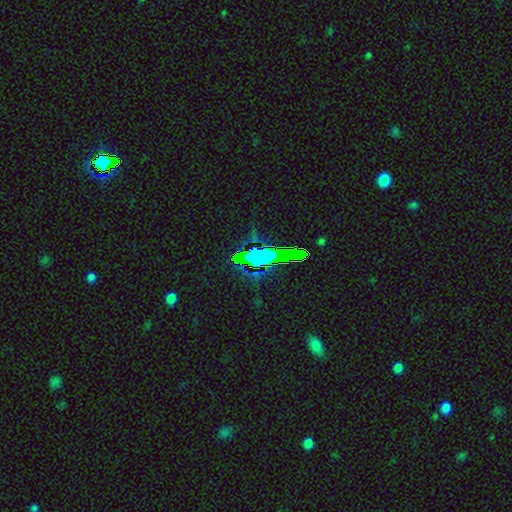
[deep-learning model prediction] The model was most divided on "smooth or featured": star or artifact: 70%, smooth: 19%, featured or disk: 11%.